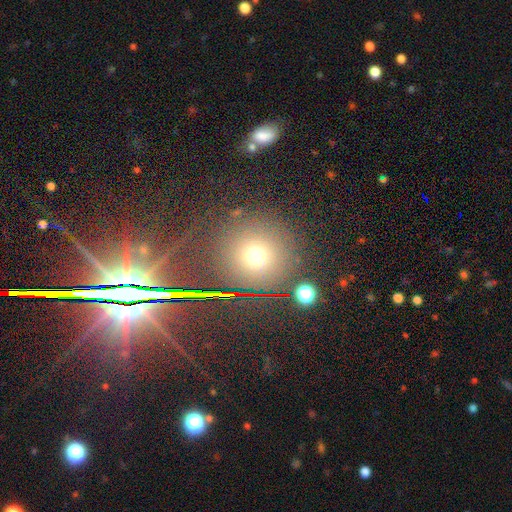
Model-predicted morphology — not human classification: A smooth galaxy with no disk features (61%) that is round (92%).

Vote fractions:
- Smooth or featured? smooth: 61% / star or artifact: 29% / featured or disk: 10%
- How rounded? round: 92% / in between: 7% / cigar-shaped: 1%
- Merging? none: 85% / minor disturbance: 8% / major disturbance: 4% / merger: 4%